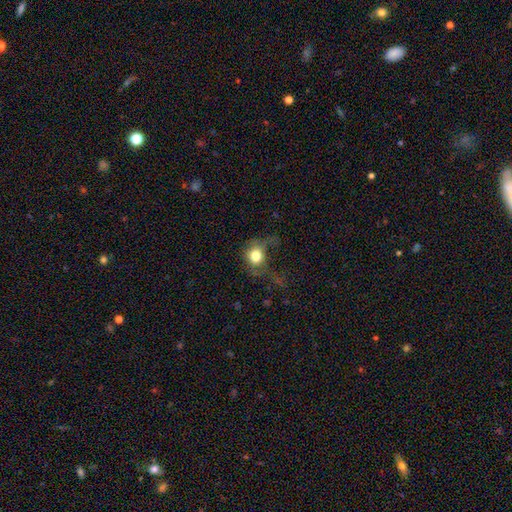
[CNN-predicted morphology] This is likely a smooth galaxy (75%). How rounded: likely round (73%). Merging: marginally major disturbance (41%).